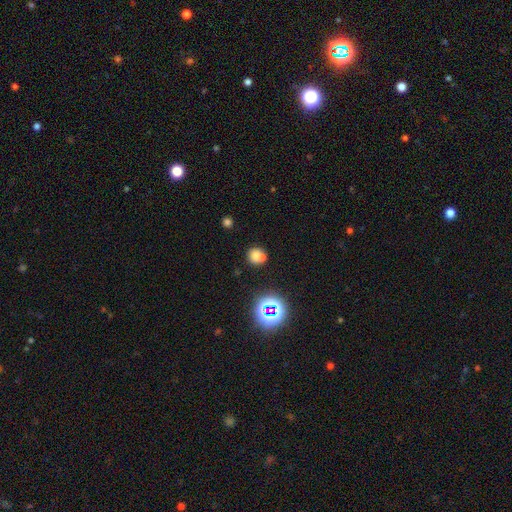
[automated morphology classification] smooth-or-featured: smooth: 70% | star or artifact: 17% | featured or disk: 13%
  how-rounded: round: 85% | in between: 14% | cigar-shaped: 1%
  merging: none: 55% | merger: 30% | minor disturbance: 11% | major disturbance: 4%